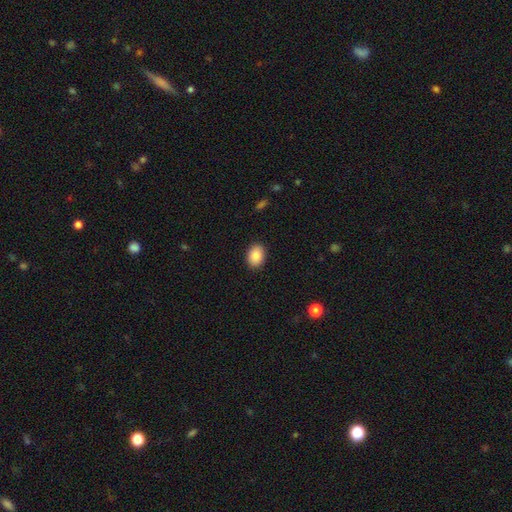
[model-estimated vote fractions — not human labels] Morphology: type=smooth (87%); roundness=in between (68%); merging=none (90%).